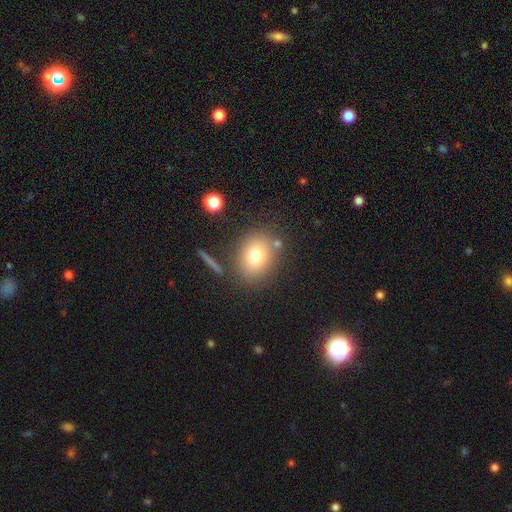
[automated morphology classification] smooth-or-featured: smooth: 76% | featured or disk: 13% | star or artifact: 12%
  how-rounded: in between: 51% | round: 48% | cigar-shaped: 1%
  merging: none: 76% | minor disturbance: 12% | merger: 7% | major disturbance: 5%